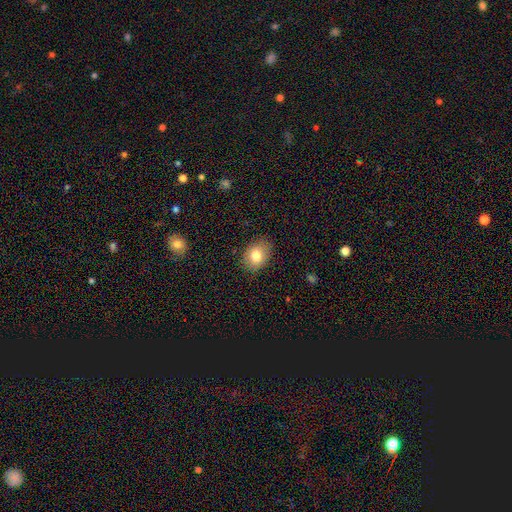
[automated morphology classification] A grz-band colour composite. It shows a smooth galaxy with no disk features (80%) that is in between round and cigar-shaped (69%). Merging: none (83%).